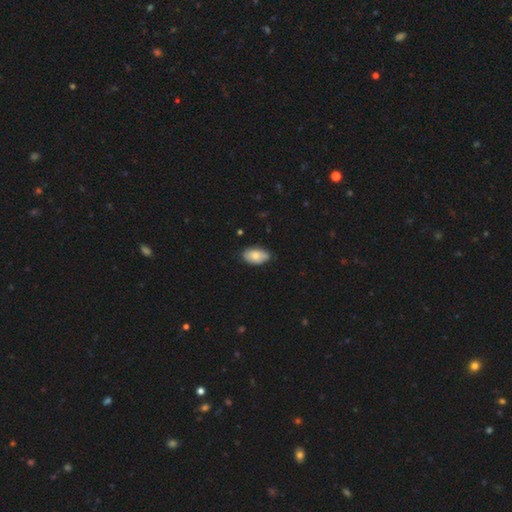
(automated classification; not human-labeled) This is likely a smooth galaxy (77%). How rounded: clearly in between (94%). Merging: likely none (75%).